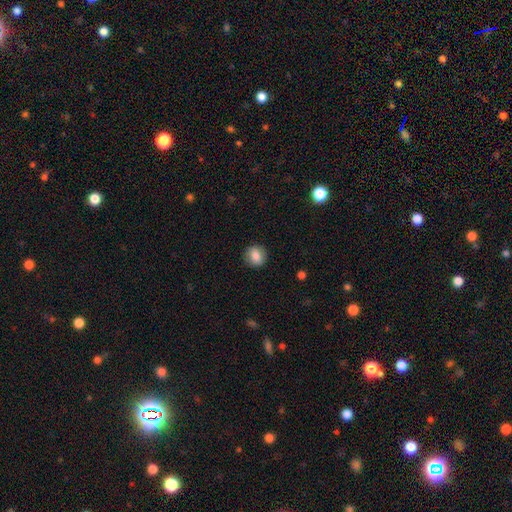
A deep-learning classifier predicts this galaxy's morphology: A smooth galaxy with no disk features (80%) that is round (82%). Merging: none (88%).